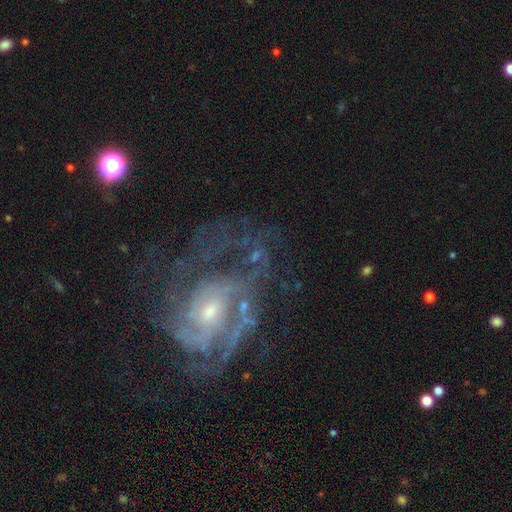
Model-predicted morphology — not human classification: smooth_or_featured: featured or disk (p=0.81) [alt: star or artifact p=0.11]
disk_edge_on: no (p=0.97) [alt: yes p=0.03]
bar: no (p=0.54) [alt: weak p=0.36]
has_spiral_arms: yes (p=0.89) [alt: no p=0.11]
spiral_winding: tight (p=0.45) [alt: medium p=0.39]
spiral_arm_count: can't tell (p=0.35) [alt: 2 p=0.23]
bulge_size: small (p=0.56) [alt: moderate p=0.36]
merging: none (p=0.52) [alt: major disturbance p=0.26]